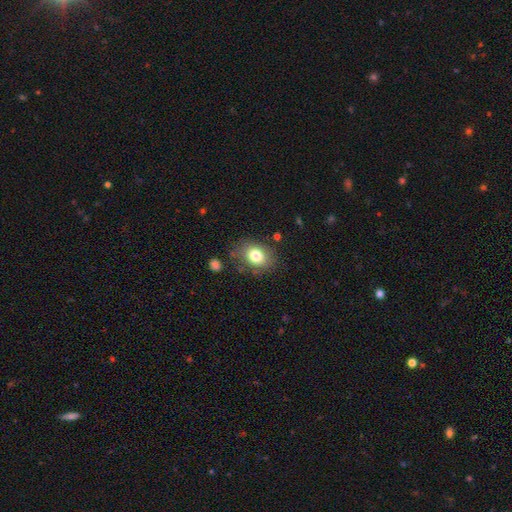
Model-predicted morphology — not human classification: Overall: smooth (80%). How rounded: in between (63%; round 36%). Merging: none (78%).